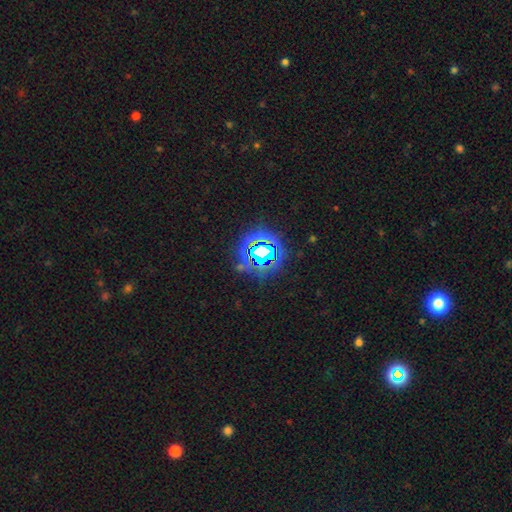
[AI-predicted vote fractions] A star or artifact, not a galaxy (81%).